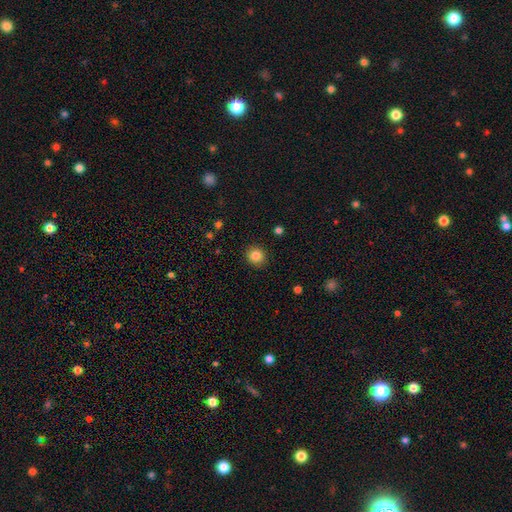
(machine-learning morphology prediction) This is clearly a smooth galaxy (85%). How rounded: clearly round (89%). Merging: clearly none (91%).